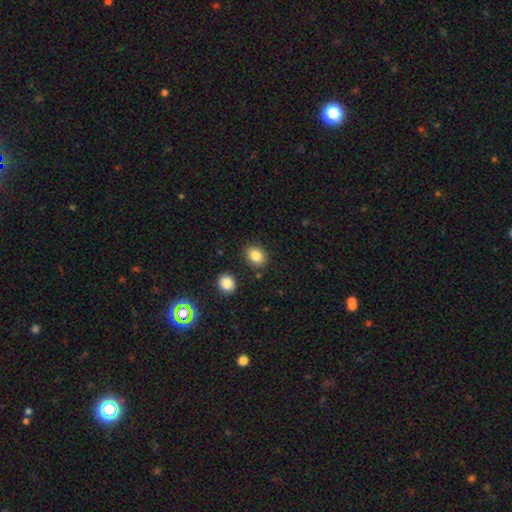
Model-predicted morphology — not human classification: smooth 84%, star or artifact 10%, featured or disk 6%. Down the decision tree: how rounded — in between (55%); merging — none (85%).